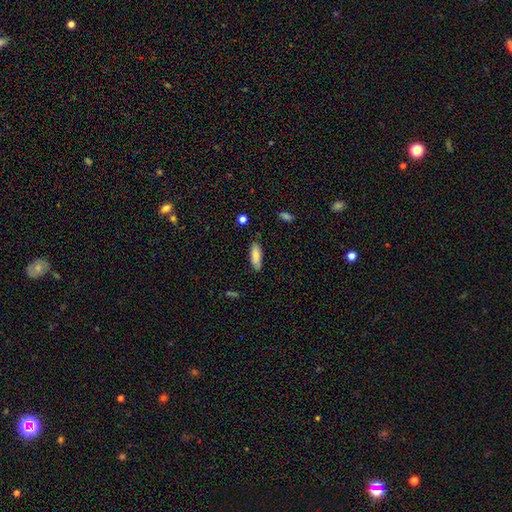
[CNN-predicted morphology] A smooth galaxy with no disk features (82%) that is in between round and cigar-shaped (57%).

Vote fractions:
- Smooth or featured? smooth: 82% / featured or disk: 11% / star or artifact: 7%
- How rounded? in between: 57% / cigar-shaped: 41% / round: 2%
- Merging? none: 83% / minor disturbance: 13% / major disturbance: 2% / merger: 2%